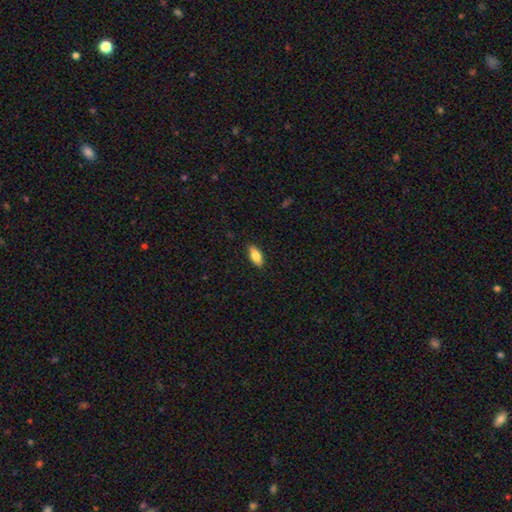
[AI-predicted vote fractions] Smooth or featured? Predicted: smooth (p=0.81). How rounded? Predicted: in between (p=0.85). Merging? Predicted: none (p=0.89).